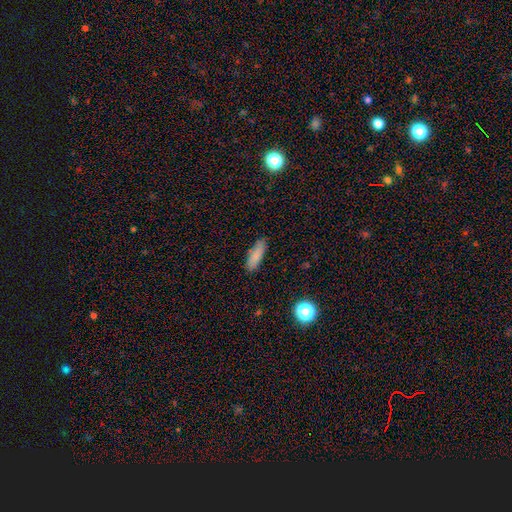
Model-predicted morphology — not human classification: The model was most divided on "how rounded": in between: 50%, cigar-shaped: 48%, round: 2%. More confident: merging — none (87%); smooth or featured — smooth (84%).